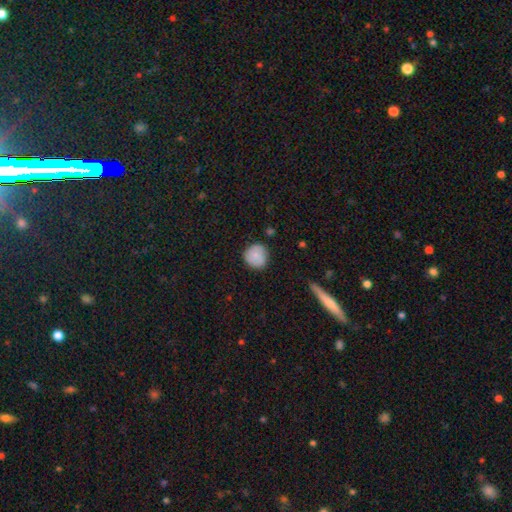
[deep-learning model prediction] Smooth or featured? Predicted: smooth (p=0.75). How rounded? Predicted: round (p=0.90). Merging? Predicted: none (p=0.81).